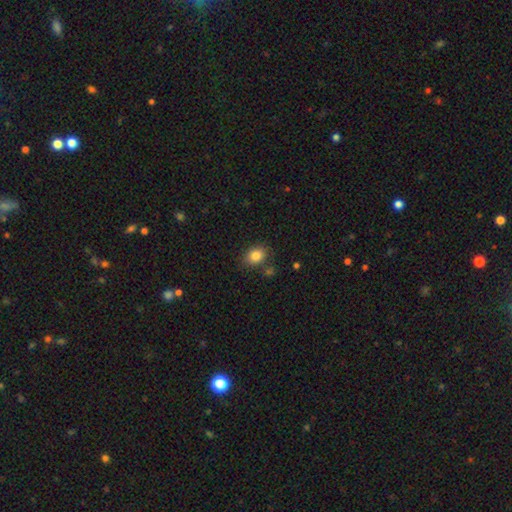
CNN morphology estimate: Smooth or featured: smooth — 84% (star or artifact — 10%)
How rounded: in between — 62% (round — 37%)
Merging: none — 78% (minor disturbance — 13%)